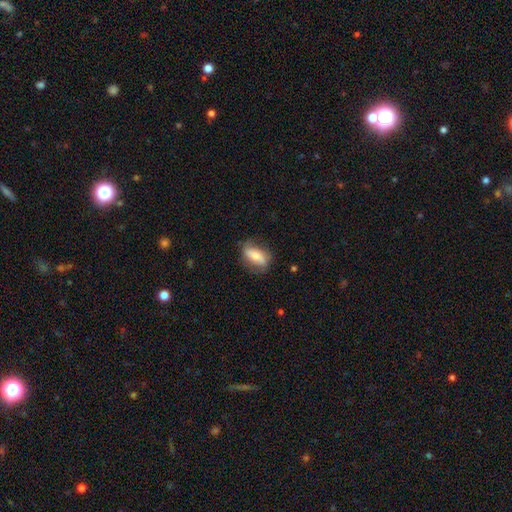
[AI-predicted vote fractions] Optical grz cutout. It shows a smooth galaxy with no disk features (60%) that is in between round and cigar-shaped (78%). Merging: none (72%).